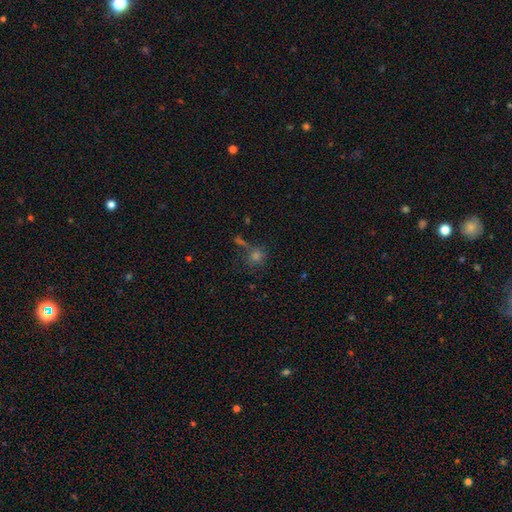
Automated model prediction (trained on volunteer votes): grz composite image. It shows a smooth galaxy with no disk features (55%) that is round (85%). Merging: none (63%).